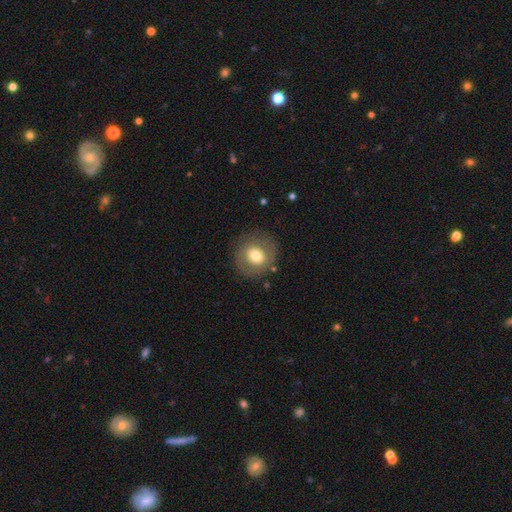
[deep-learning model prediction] Morphology: type=smooth (62%); roundness=round (88%); merging=none (81%).